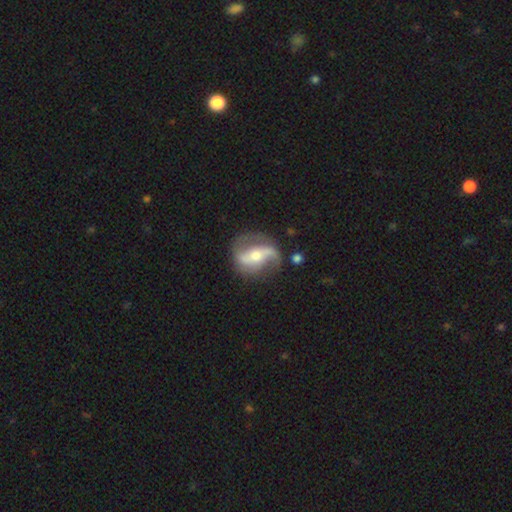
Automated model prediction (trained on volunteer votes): smooth-or-featured: featured or disk: 84% | smooth: 11% | star or artifact: 6%
  disk-edge-on: no: 95% | yes: 5%
    bar: strong: 48% | weak: 29% | no: 23%
    has-spiral-arms: yes: 92% | no: 8%
      spiral-winding: loose: 51% | medium: 35% | tight: 14%
      spiral-arm-count: 2: 87% | 1: 5% | can't tell: 4% | 3: 2% | 4: 1% | more than 4: 1%
    bulge-size: moderate: 58% | small: 36% | large: 4% | none: 2% | dominant: 1%
  merging: none: 69% | minor disturbance: 18% | major disturbance: 10% | merger: 3%